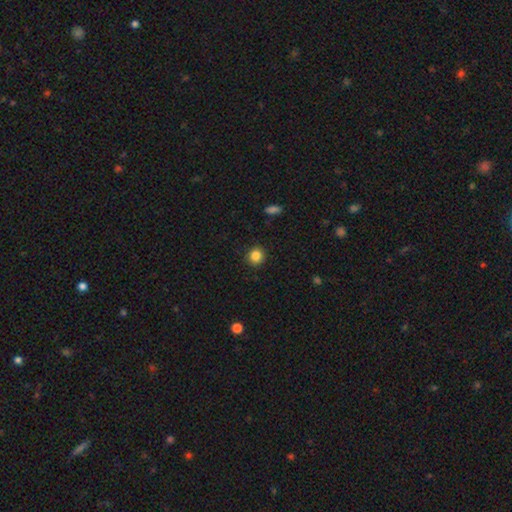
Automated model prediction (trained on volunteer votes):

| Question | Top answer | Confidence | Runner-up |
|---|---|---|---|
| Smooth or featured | smooth | 85% | star or artifact (11%) |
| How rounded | round | 92% | in between (7%) |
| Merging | none | 91% | minor disturbance (6%) |